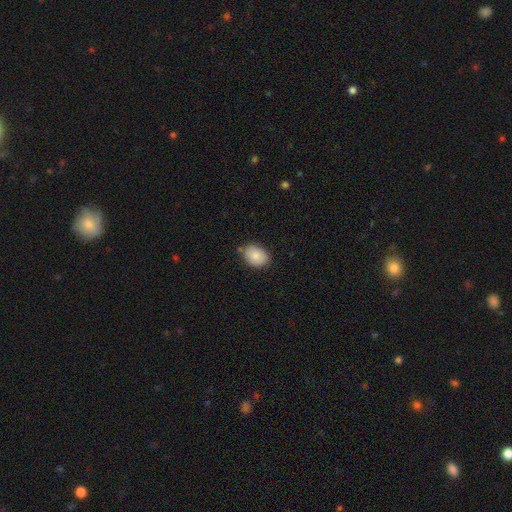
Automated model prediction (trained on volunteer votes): A smooth galaxy with no disk features (86%) that is in between round and cigar-shaped (75%).

Vote fractions:
- Smooth or featured? smooth: 86% / featured or disk: 7% / star or artifact: 7%
- How rounded? in between: 75% / round: 24% / cigar-shaped: 1%
- Merging? none: 77% / minor disturbance: 18% / major disturbance: 3% / merger: 2%